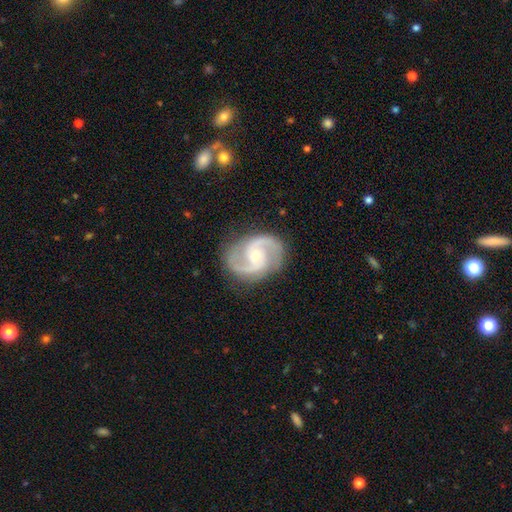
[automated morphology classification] smooth_or_featured: featured or disk (p=0.92) [alt: star or artifact p=0.04]
disk_edge_on: no (p=0.98) [alt: yes p=0.02]
bar: no (p=0.48) [alt: weak p=0.42]
has_spiral_arms: yes (p=0.98) [alt: no p=0.02]
spiral_winding: medium (p=0.65) [alt: tight p=0.19]
spiral_arm_count: 2 (p=0.94) [alt: 3 p=0.02]
bulge_size: small (p=0.51) [alt: moderate p=0.45]
merging: none (p=0.84) [alt: minor disturbance p=0.11]